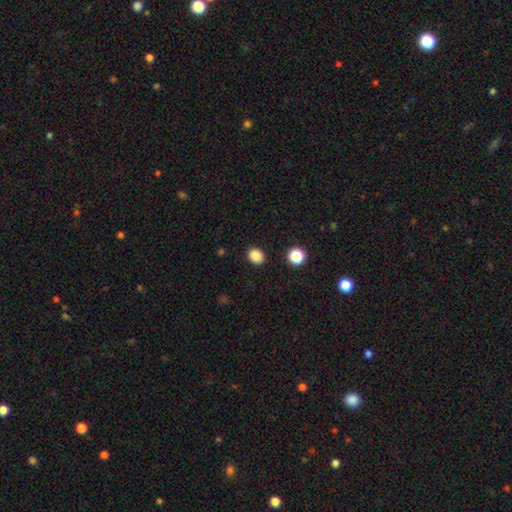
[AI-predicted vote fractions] Q: Smooth or featured?
A: smooth (86%); runner-up: star or artifact (11%)
Q: How rounded?
A: round (61%); runner-up: in between (38%)
Q: Merging?
A: none (89%); runner-up: minor disturbance (7%)